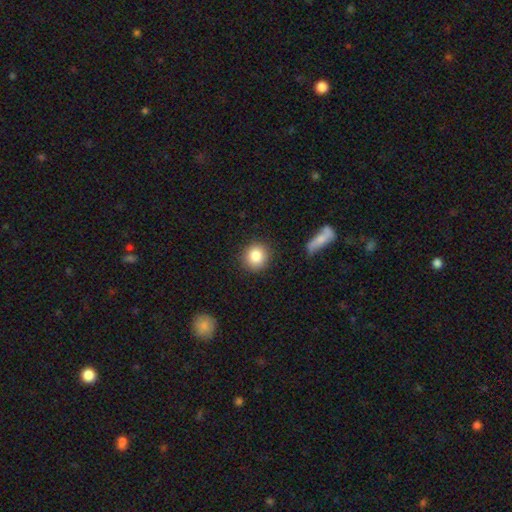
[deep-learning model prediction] Overall: smooth (86%). How rounded: round (87%). Merging: none (88%).